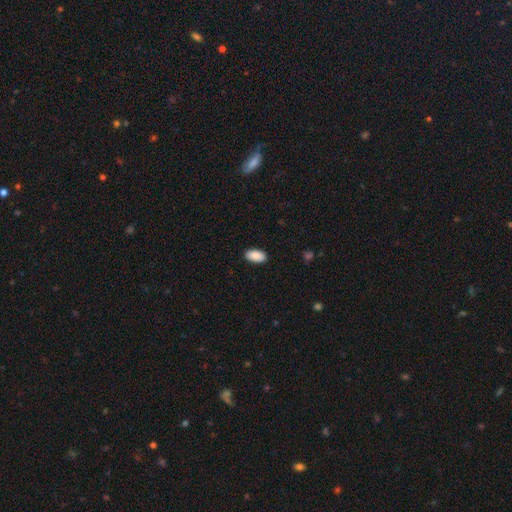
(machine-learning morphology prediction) A smooth galaxy with no disk features (90%) that is in between round and cigar-shaped (95%). Merging: none (89%).